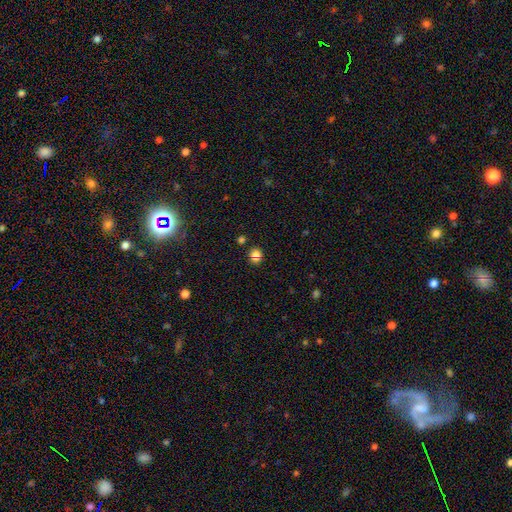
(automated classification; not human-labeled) A smooth galaxy with no disk features (74%) that is round (83%). Merging: none (67%).